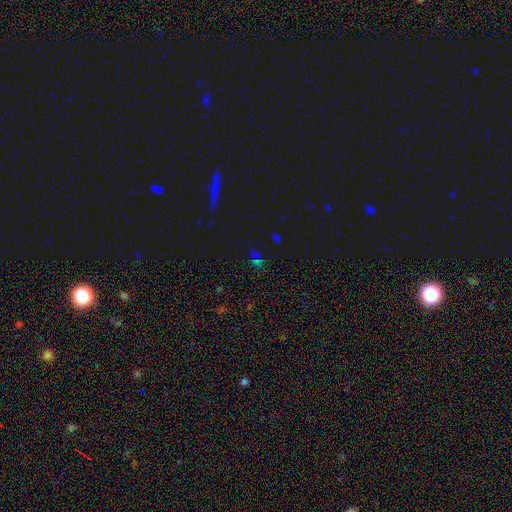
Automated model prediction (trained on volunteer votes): smooth-or-featured: star or artifact: 57% | smooth: 34% | featured or disk: 9%